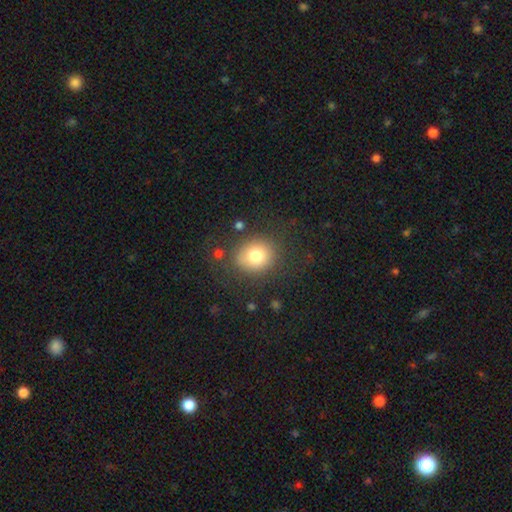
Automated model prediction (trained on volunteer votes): A smooth galaxy with no disk features (78%) that is round (70%). Merging: none (79%).